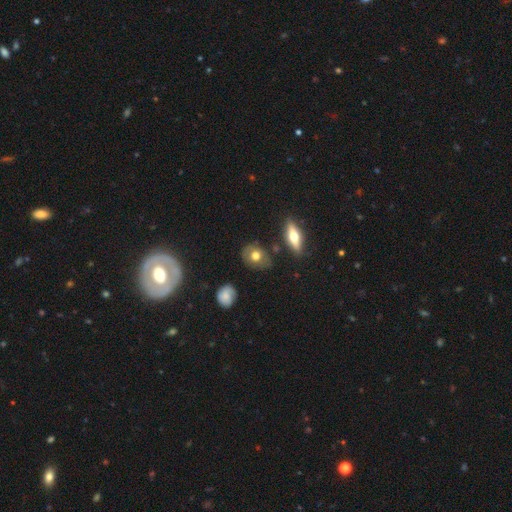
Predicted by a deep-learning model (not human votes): Overall: smooth (59%; featured or disk 31%). How rounded: in between (54%; round 44%). Merging: none (69%).